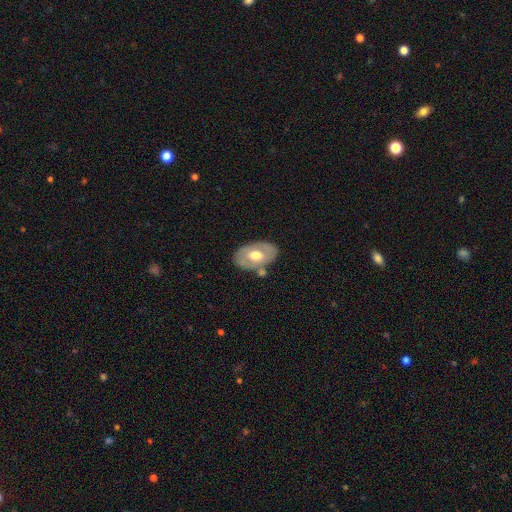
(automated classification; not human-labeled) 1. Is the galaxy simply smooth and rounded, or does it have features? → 49% featured or disk, 45% smooth, 6% star or artifact.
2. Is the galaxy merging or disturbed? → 68% none, 16% minor disturbance, 11% merger, 5% major disturbance.